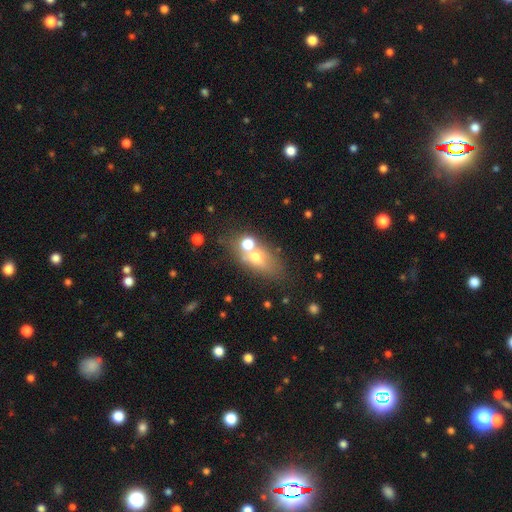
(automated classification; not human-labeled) Morphology: type=smooth (60%); roundness=in between (68%); merging=none (43%).